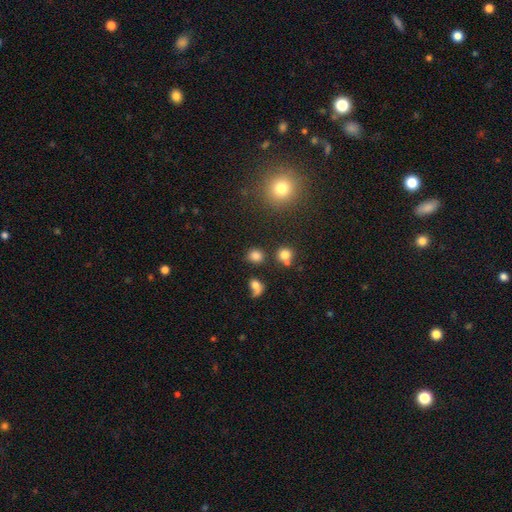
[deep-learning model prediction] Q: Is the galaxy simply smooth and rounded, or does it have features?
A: smooth — 79%.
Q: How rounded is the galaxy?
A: round — 75%.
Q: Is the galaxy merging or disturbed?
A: none — 74%.